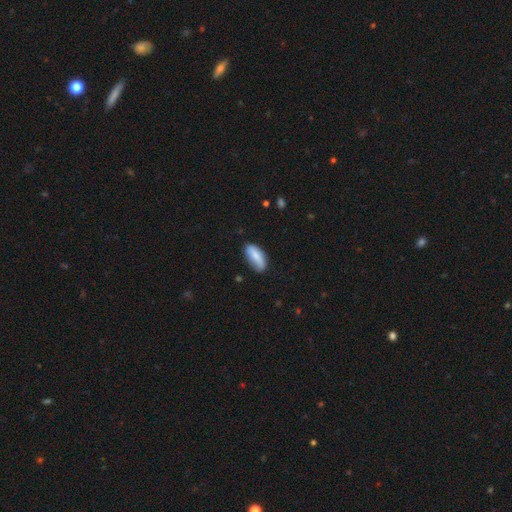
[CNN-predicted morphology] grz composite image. It shows a smooth galaxy with no disk features (76%) that is in between round and cigar-shaped (82%). Merging: none (71%).